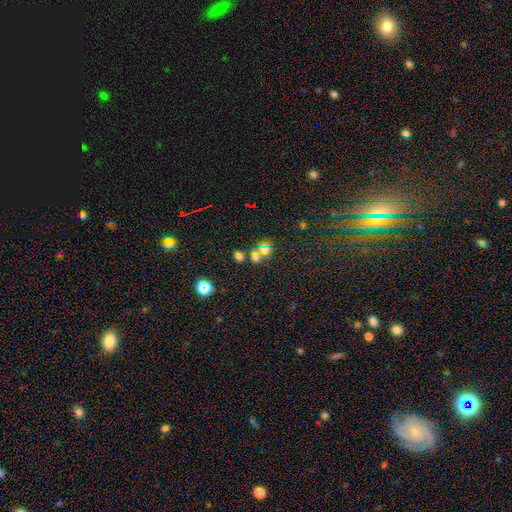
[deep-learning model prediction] A star or artifact, not a galaxy (49%).

Vote fractions:
- Smooth or featured? star or artifact: 49% / smooth: 40% / featured or disk: 11%